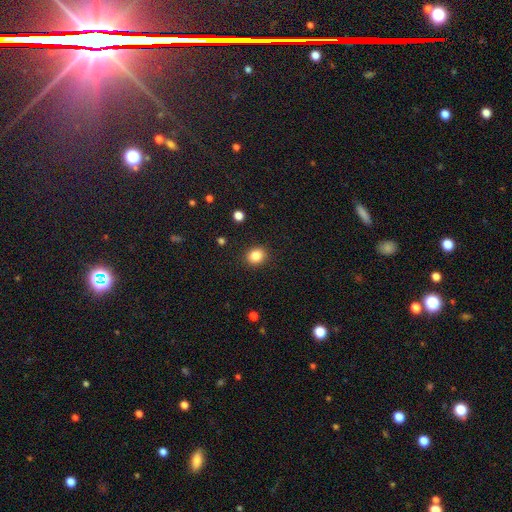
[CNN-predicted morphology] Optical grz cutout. It shows a smooth galaxy with no disk features (85%) that is round (68%). Merging: none (90%).